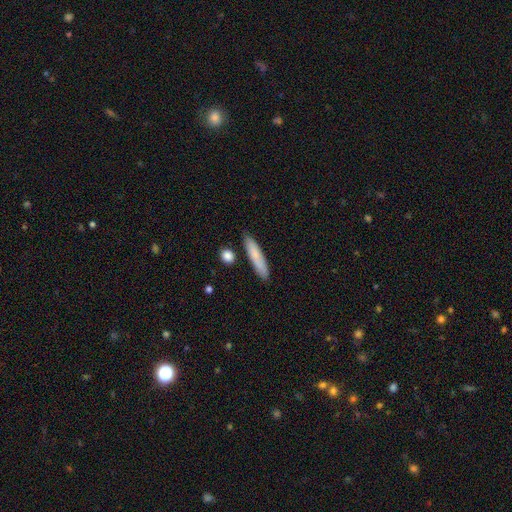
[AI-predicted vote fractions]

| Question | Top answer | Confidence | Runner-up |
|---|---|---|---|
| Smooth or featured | smooth | 79% | featured or disk (15%) |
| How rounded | cigar-shaped | 88% | in between (11%) |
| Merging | none | 85% | minor disturbance (10%) |